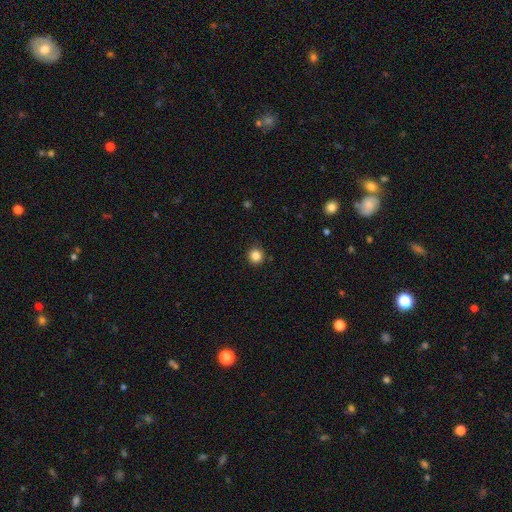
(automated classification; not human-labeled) A smooth galaxy with no disk features (85%) that is round (94%).

Vote fractions:
- Smooth or featured? smooth: 85% / star or artifact: 11% / featured or disk: 4%
- How rounded? round: 94% / in between: 5% / cigar-shaped: 1%
- Merging? none: 90% / minor disturbance: 7% / major disturbance: 2% / merger: 1%